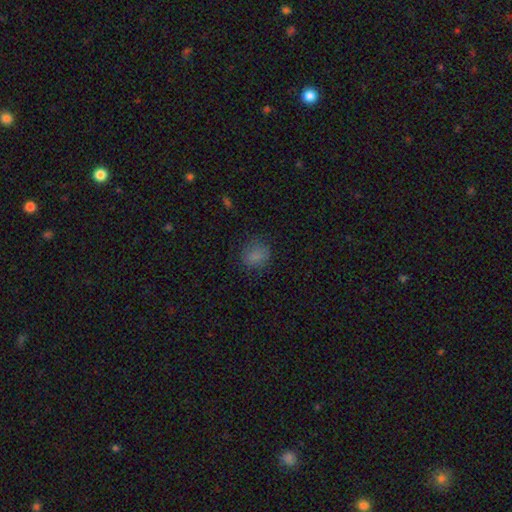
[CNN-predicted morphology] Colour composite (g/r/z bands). It shows a smooth galaxy with no disk features (80%) that is round (70%). Merging: none (76%).